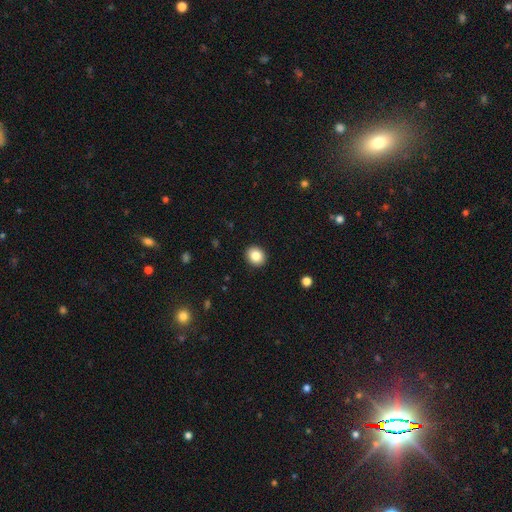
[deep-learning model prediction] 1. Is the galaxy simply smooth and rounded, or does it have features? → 85% smooth, 9% star or artifact, 6% featured or disk.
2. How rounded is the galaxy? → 72% round, 27% in between, 1% cigar-shaped.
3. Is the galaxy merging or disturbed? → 92% none, 5% minor disturbance, 2% major disturbance, 1% merger.